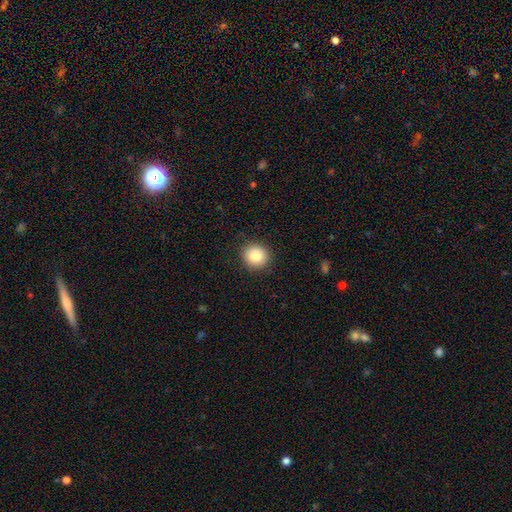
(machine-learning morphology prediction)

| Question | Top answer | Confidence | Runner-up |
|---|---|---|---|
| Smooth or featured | smooth | 85% | star or artifact (9%) |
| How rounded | round | 87% | in between (12%) |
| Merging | none | 90% | minor disturbance (7%) |